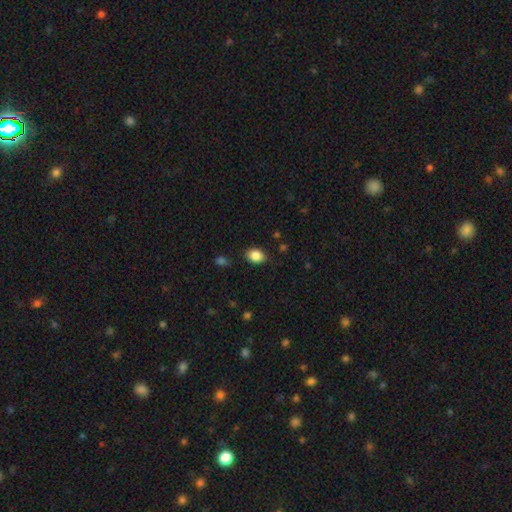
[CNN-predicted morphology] Smooth or featured? smooth (87%)
How rounded? in between (61%)
Merging? none (84%)